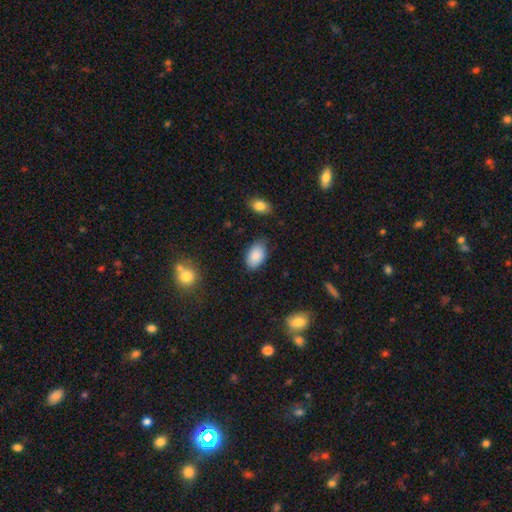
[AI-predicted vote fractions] Q: Smooth or featured?
A: smooth (88%); runner-up: star or artifact (7%)
Q: How rounded?
A: in between (93%); runner-up: round (6%)
Q: Merging?
A: none (80%); runner-up: minor disturbance (16%)